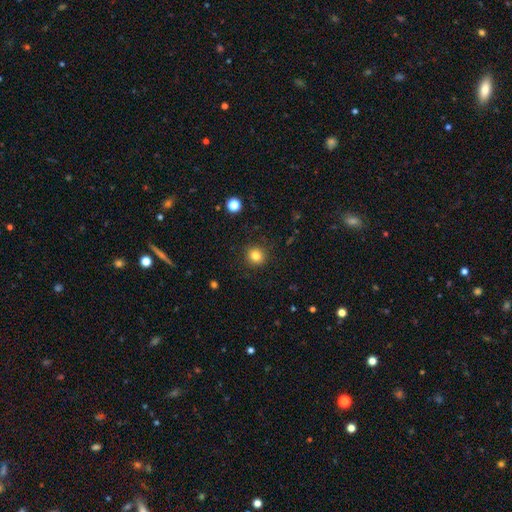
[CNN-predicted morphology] A smooth galaxy with no disk features (82%) that is round (92%). Merging: none (91%).